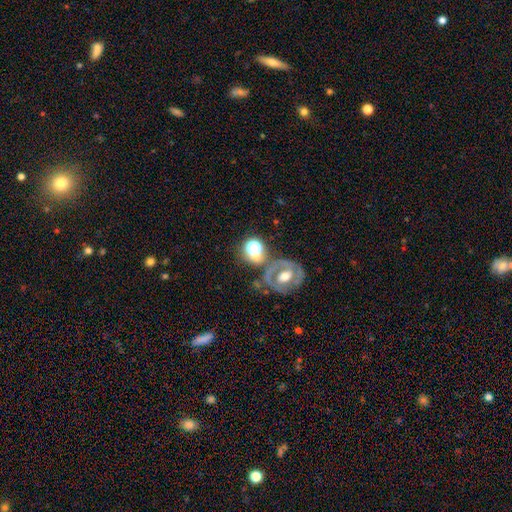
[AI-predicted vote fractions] smooth 43%, featured or disk 34%, star or artifact 23%. Down the decision tree: merging — none (55%).